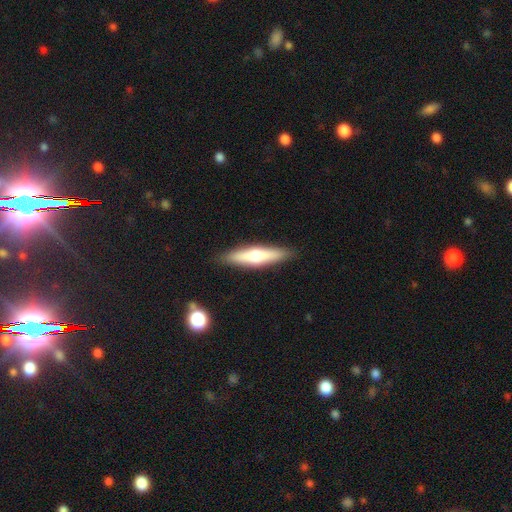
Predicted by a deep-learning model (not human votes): Smooth or featured?
  - smooth: 49% *
  - featured or disk: 45%
  - star or artifact: 6%
Merging?
  - none: 89% *
  - minor disturbance: 8%
  - major disturbance: 2%
  - merger: 1%